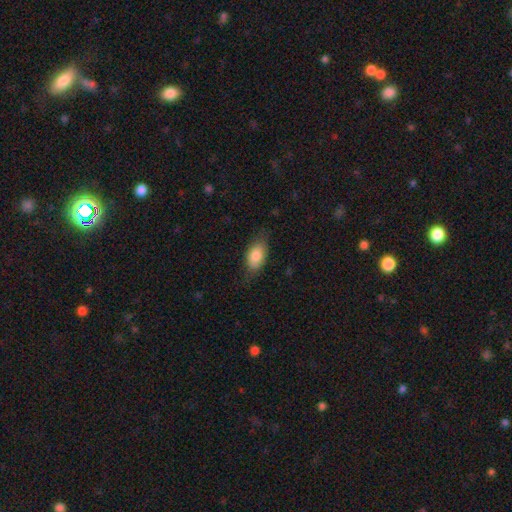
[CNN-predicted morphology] Smooth or featured: smooth — 83% (featured or disk — 11%)
How rounded: in between — 91% (round — 5%)
Merging: none — 74% (minor disturbance — 20%)